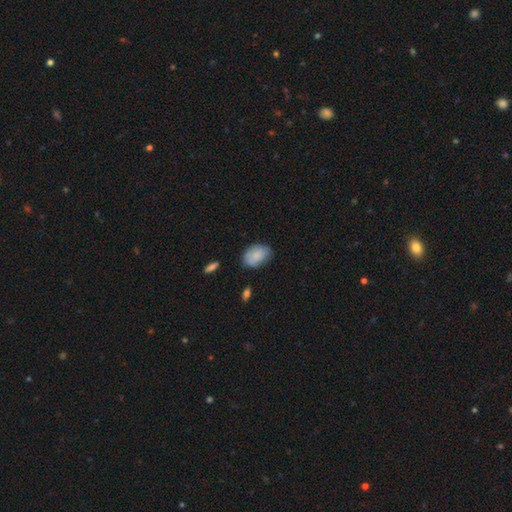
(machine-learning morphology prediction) type=smooth (76%); roundness=in between (82%); merging=none (68%).